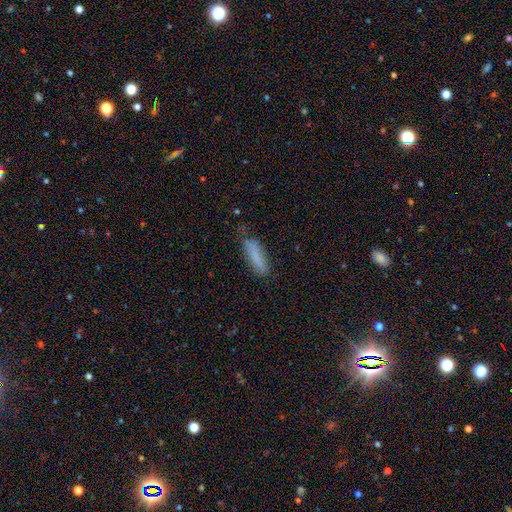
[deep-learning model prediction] Smooth or featured? Predicted: smooth (p=0.81). How rounded? Predicted: cigar-shaped (p=0.68). Merging? Predicted: none (p=0.70).